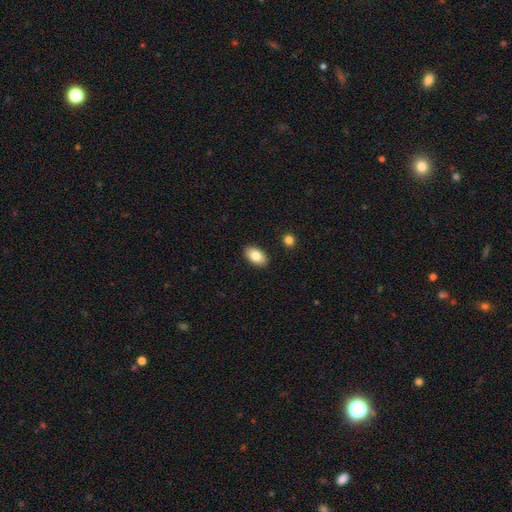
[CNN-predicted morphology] Smooth or featured? smooth (82%)
How rounded? in between (93%)
Merging? none (89%)